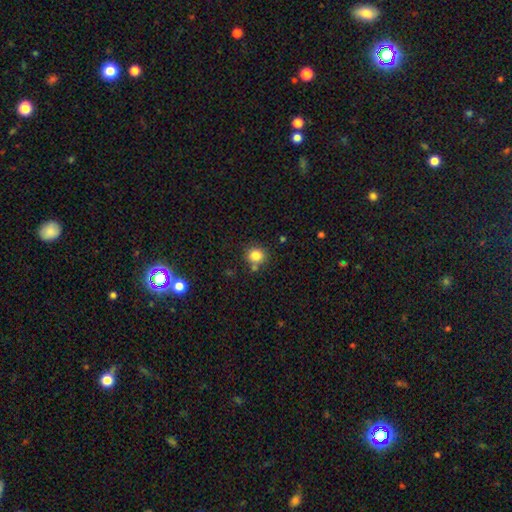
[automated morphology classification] smooth-or-featured: smooth: 83% | star or artifact: 11% | featured or disk: 6%
  how-rounded: round: 87% | in between: 12% | cigar-shaped: 1%
  merging: none: 74% | merger: 11% | minor disturbance: 11% | major disturbance: 3%